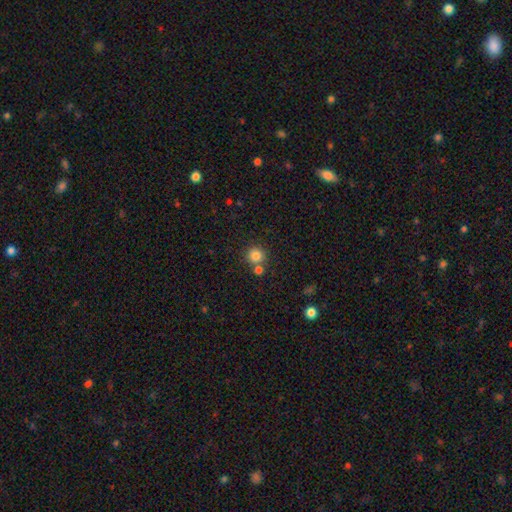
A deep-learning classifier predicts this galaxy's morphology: Q: Smooth or featured?
A: smooth (82%); runner-up: star or artifact (12%)
Q: How rounded?
A: round (93%); runner-up: in between (6%)
Q: Merging?
A: none (70%); runner-up: merger (20%)